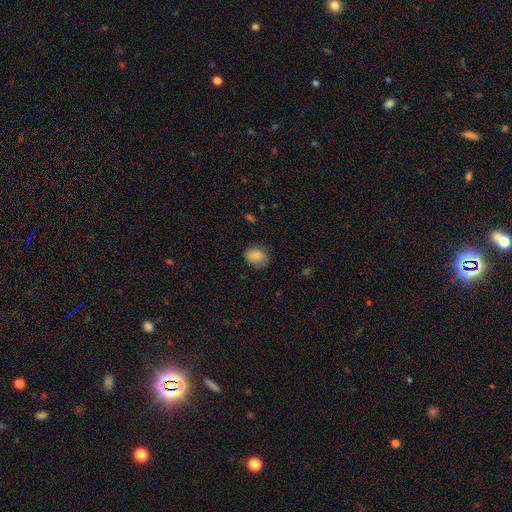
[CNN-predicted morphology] Q: Smooth or featured?
A: smooth (82%); runner-up: featured or disk (10%)
Q: How rounded?
A: in between (60%); runner-up: round (39%)
Q: Merging?
A: none (76%); runner-up: minor disturbance (19%)